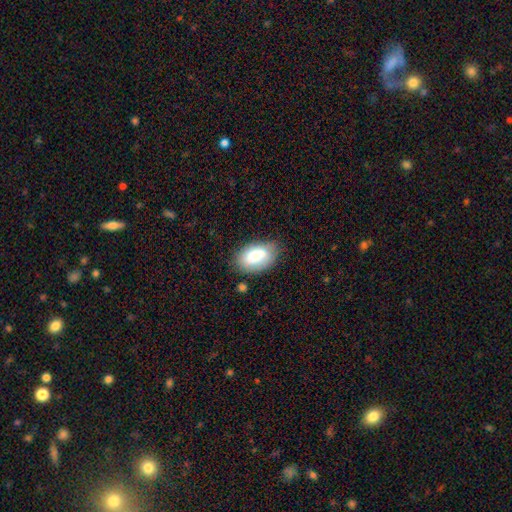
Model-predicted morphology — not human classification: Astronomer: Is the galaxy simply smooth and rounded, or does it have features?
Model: smooth — 73%.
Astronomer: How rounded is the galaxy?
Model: in between — 92%.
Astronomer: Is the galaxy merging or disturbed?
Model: none — 69%.